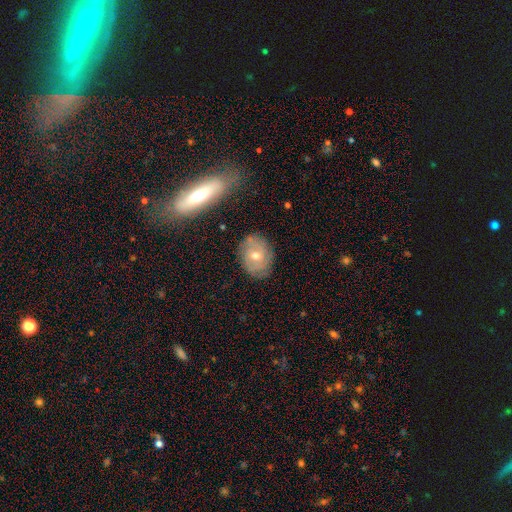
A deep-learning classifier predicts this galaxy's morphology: Smooth or featured?
  - featured or disk: 57% *
  - smooth: 34%
  - star or artifact: 9%
Edge-on disk?
  - no: 93% *
  - yes: 7%
Bar?
  - no: 71% *
  - weak: 24%
  - strong: 6%
Spiral arms?
  - yes: 71% *
  - no: 29%
Bulge size?
  - moderate: 62% *
  - small: 34%
  - large: 2%
  - none: 1%
  - dominant: 1%
Merging?
  - none: 77% *
  - minor disturbance: 16%
  - major disturbance: 5%
  - merger: 2%